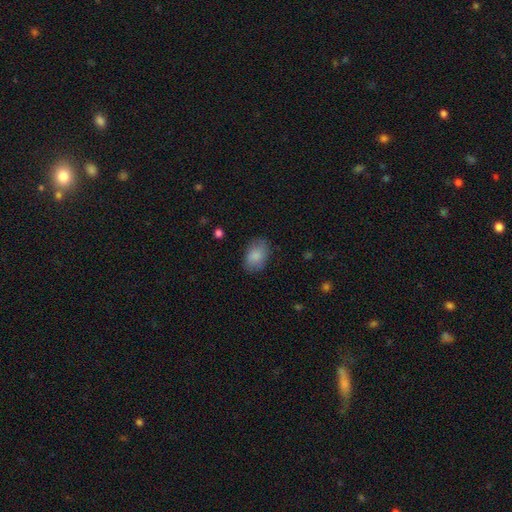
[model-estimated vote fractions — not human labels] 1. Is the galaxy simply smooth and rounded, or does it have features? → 85% smooth, 8% featured or disk, 7% star or artifact.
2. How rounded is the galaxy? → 84% in between, 15% round, 1% cigar-shaped.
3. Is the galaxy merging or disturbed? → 78% none, 16% minor disturbance, 5% major disturbance, 1% merger.